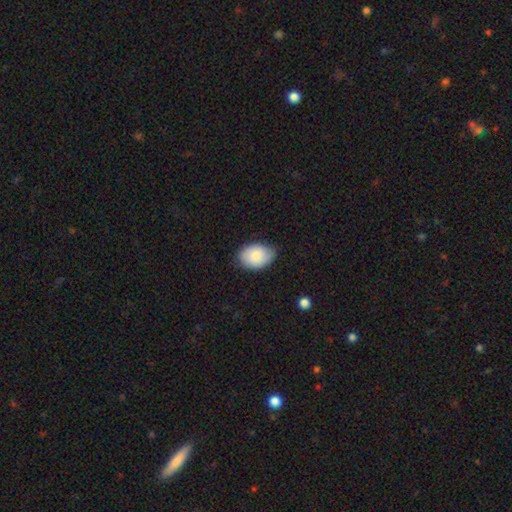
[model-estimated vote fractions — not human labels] smooth 82%, featured or disk 12%, star or artifact 6%. Down the decision tree: how rounded — in between (83%); merging — none (73%).